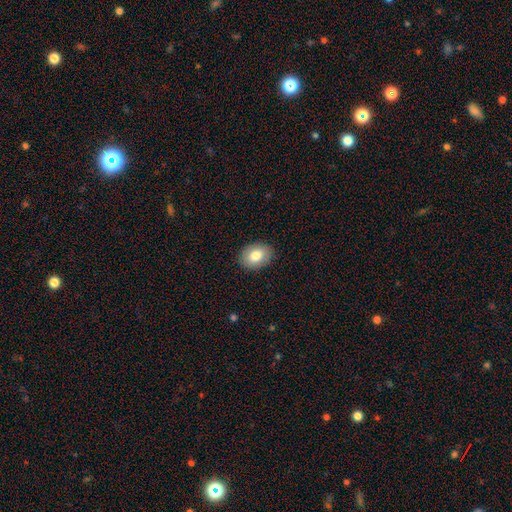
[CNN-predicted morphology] A smooth galaxy with no disk features (79%) that is in between round and cigar-shaped (72%).

Vote fractions:
- Smooth or featured? smooth: 79% / featured or disk: 13% / star or artifact: 7%
- How rounded? in between: 72% / round: 27% / cigar-shaped: 1%
- Merging? none: 88% / minor disturbance: 9% / major disturbance: 2% / merger: 1%